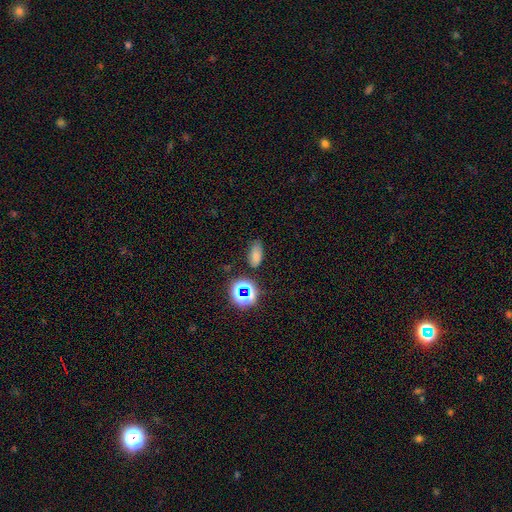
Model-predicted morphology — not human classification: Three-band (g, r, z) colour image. It shows a smooth galaxy with no disk features (68%) that is in between round and cigar-shaped (86%). Merging: none (72%).